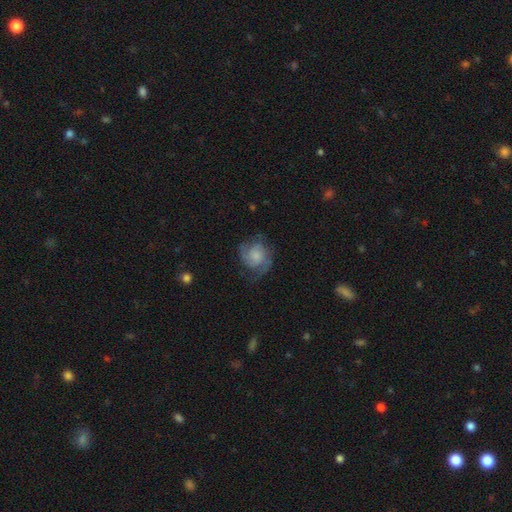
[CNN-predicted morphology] Smooth or featured? featured or disk (64%)
Edge-on disk? no (98%)
Bar? no (71%)
Spiral arms? yes (91%)
Spiral winding? medium (44%)
Spiral arm count? 2 (65%)
Bulge size? small (37%)
Merging? none (63%)